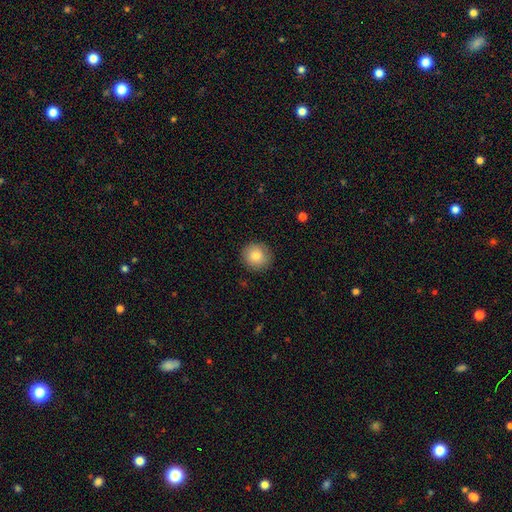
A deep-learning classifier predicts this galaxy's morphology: A smooth galaxy with no disk features (84%) that is round (90%).

Vote fractions:
- Smooth or featured? smooth: 84% / featured or disk: 8% / star or artifact: 8%
- How rounded? round: 90% / in between: 9% / cigar-shaped: 1%
- Merging? none: 88% / minor disturbance: 8% / major disturbance: 2% / merger: 1%